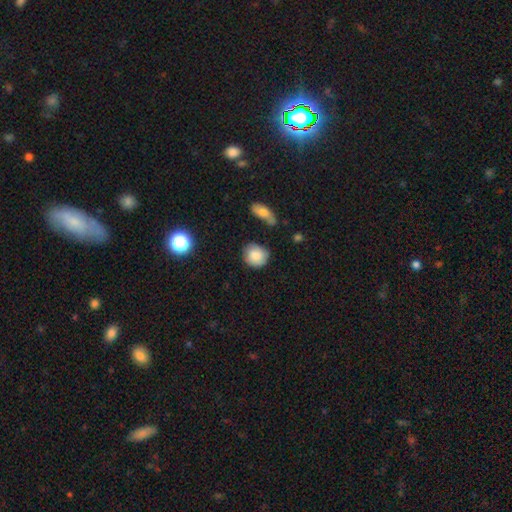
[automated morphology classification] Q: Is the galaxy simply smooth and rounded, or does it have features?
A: smooth — 84%.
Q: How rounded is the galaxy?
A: round — 83%.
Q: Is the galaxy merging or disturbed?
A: none — 72%.